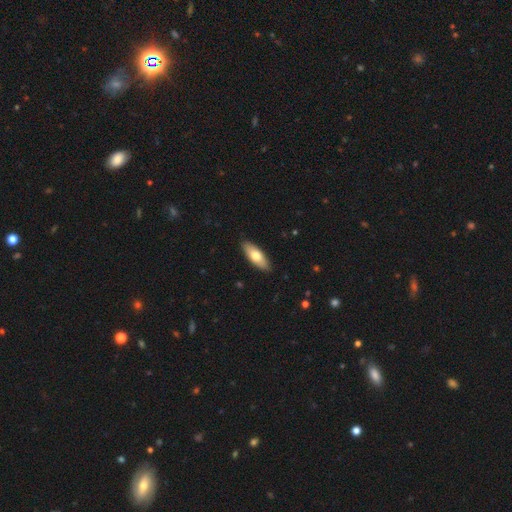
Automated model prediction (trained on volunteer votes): The model was most divided on "how rounded": in between: 69%, cigar-shaped: 29%, round: 2%. More confident: merging — none (90%); smooth or featured — smooth (70%).